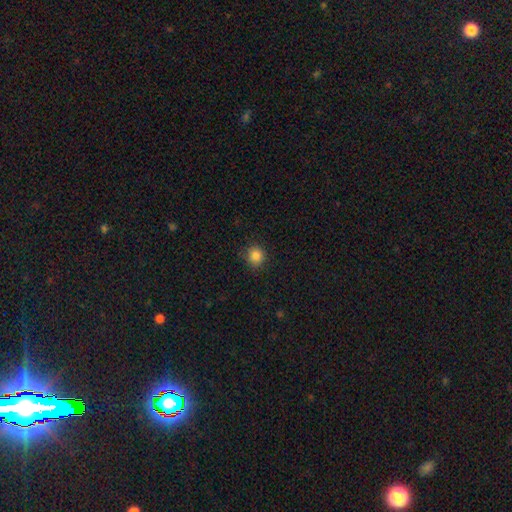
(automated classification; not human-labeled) smooth 85%, star or artifact 11%, featured or disk 4%. Down the decision tree: how rounded — round (90%); merging — none (88%).